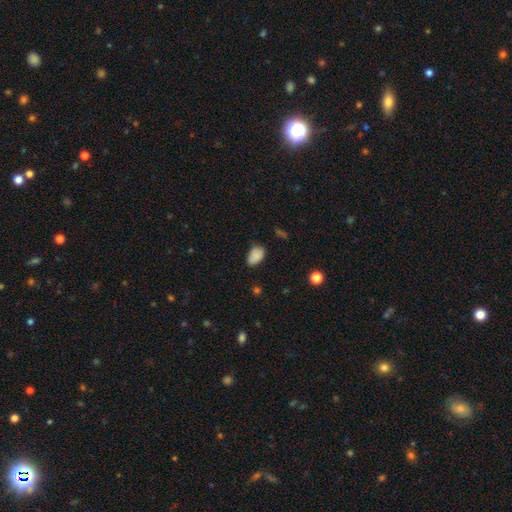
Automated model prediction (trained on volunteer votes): Morphology: type=smooth (86%); roundness=in between (89%); merging=none (68%).